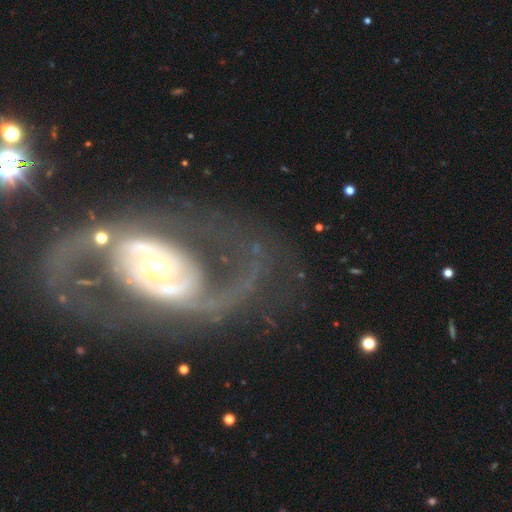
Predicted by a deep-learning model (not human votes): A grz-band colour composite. It shows a featured or disk galaxy (87%) with no bar (39%), 2 (89%) medium (47%) spiral arms (86%) and a moderate central bulge (53%). Merging: none (72%).